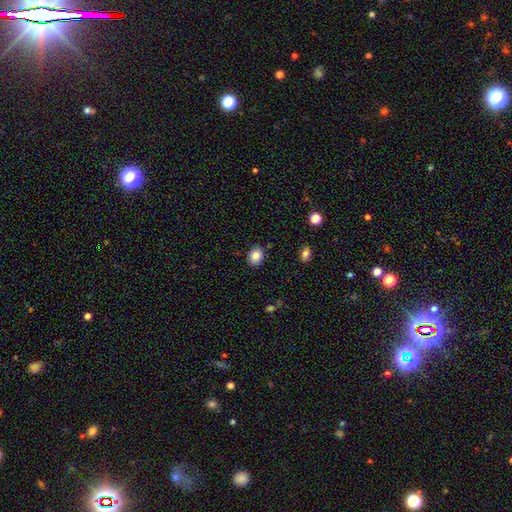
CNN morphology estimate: type=smooth (84%); roundness=in between (52%); merging=none (86%).